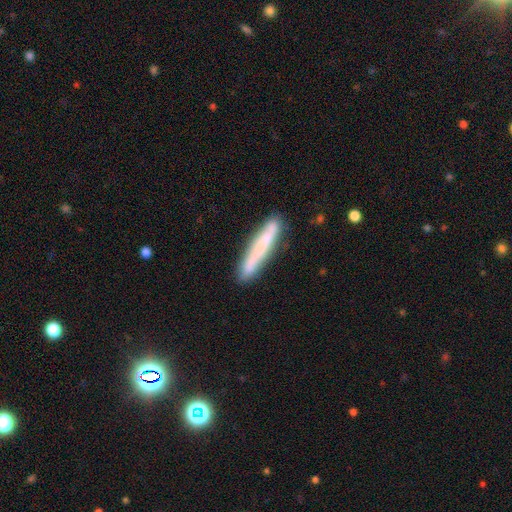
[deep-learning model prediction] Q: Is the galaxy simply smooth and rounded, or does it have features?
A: smooth — 62%.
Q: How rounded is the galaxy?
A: cigar-shaped — 94%.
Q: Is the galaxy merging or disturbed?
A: none — 83%.